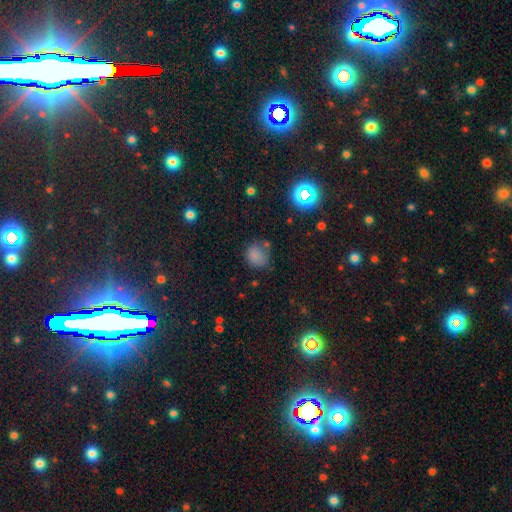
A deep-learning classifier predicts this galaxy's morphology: Smooth or featured?
  - smooth: 76% *
  - star or artifact: 16%
  - featured or disk: 8%
How rounded?
  - round: 74% *
  - in between: 25%
  - cigar-shaped: 1%
Merging?
  - none: 59% *
  - minor disturbance: 23%
  - major disturbance: 10%
  - merger: 8%